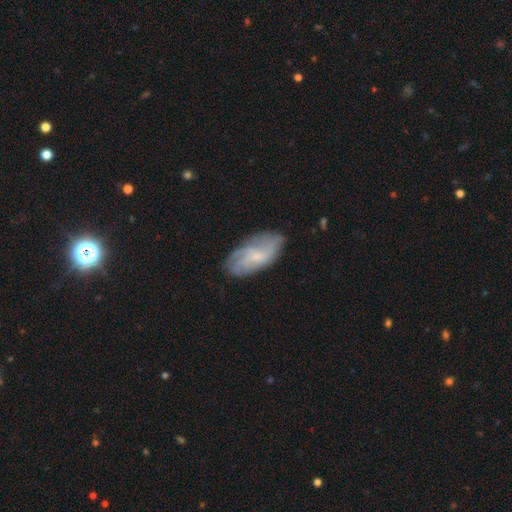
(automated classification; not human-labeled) smooth-or-featured: featured or disk: 63% | smooth: 30% | star or artifact: 8%
  disk-edge-on: no: 94% | yes: 6%
    bar: no: 62% | weak: 33% | strong: 5%
    has-spiral-arms: yes: 87% | no: 13%
      spiral-winding: medium: 41% | tight: 32% | loose: 27%
      spiral-arm-count: can't tell: 40% | 3: 19% | 4: 18% | 2: 14% | more than 4: 5% | 1: 5%
    bulge-size: small: 63% | moderate: 22% | none: 13% | large: 1% | dominant: 1%
  merging: none: 70% | minor disturbance: 21% | major disturbance: 8% | merger: 1%